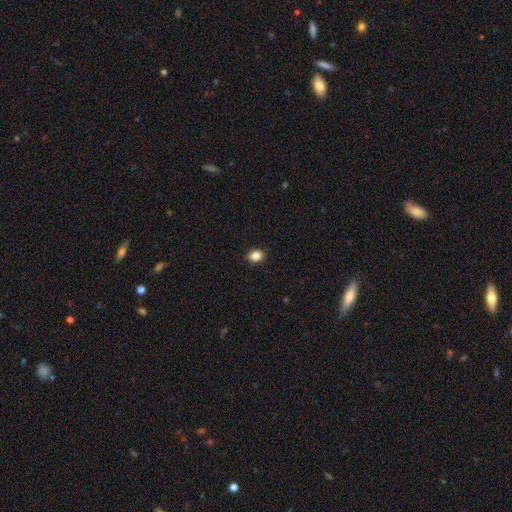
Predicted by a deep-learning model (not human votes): A smooth galaxy with no disk features (85%) that is round (50%).

Vote fractions:
- Smooth or featured? smooth: 85% / star or artifact: 10% / featured or disk: 5%
- How rounded? round: 50% / in between: 49% / cigar-shaped: 1%
- Merging? none: 90% / minor disturbance: 7% / major disturbance: 2% / merger: 1%